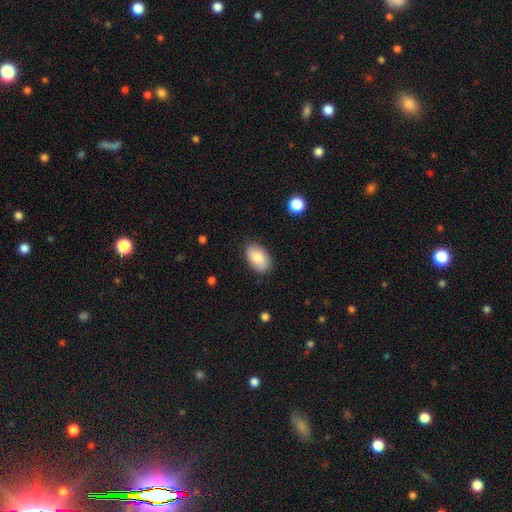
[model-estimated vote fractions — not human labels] The model was most divided on "merging": none: 85%, minor disturbance: 12%, major disturbance: 2%, merger: 1%. More confident: how rounded — in between (93%); smooth or featured — smooth (83%).